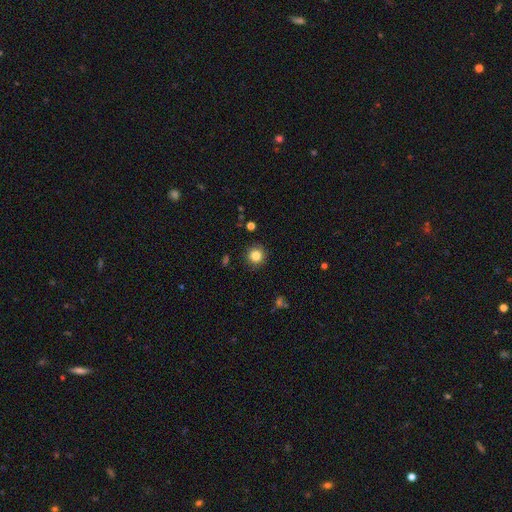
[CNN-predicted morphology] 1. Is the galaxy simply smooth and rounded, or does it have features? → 83% smooth, 11% star or artifact, 5% featured or disk.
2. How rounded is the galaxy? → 94% round, 5% in between, 1% cigar-shaped.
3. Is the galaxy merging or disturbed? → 91% none, 6% minor disturbance, 2% major disturbance, 1% merger.